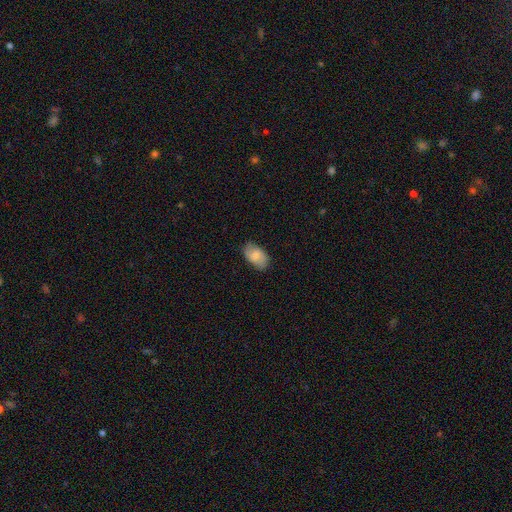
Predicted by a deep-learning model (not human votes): Morphology: type=smooth (72%); roundness=in between (92%); merging=none (76%).